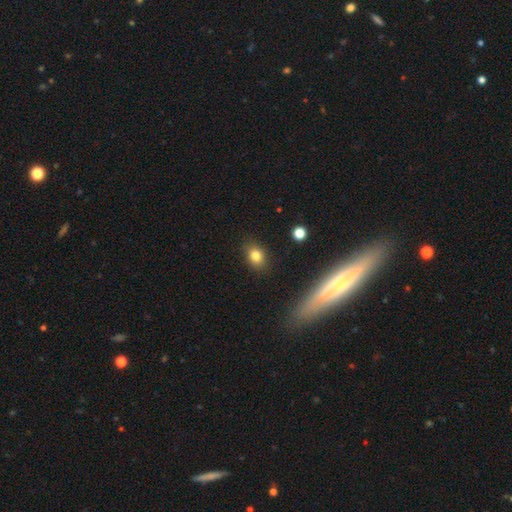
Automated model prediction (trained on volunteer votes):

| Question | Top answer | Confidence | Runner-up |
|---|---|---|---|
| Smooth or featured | smooth | 80% | star or artifact (12%) |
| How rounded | in between | 57% | round (41%) |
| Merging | none | 87% | minor disturbance (9%) |